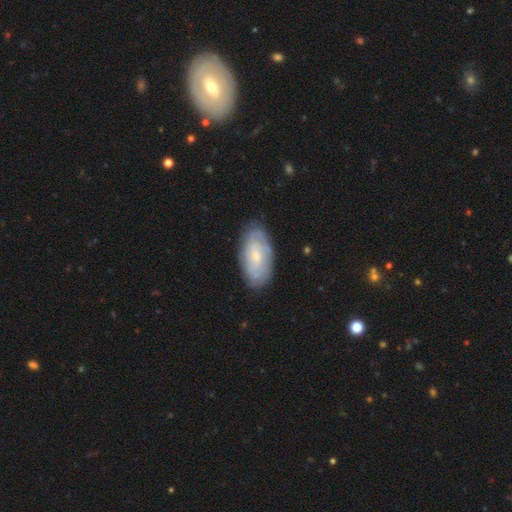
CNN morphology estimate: A featured or disk galaxy (54%). Merging: none (80%).